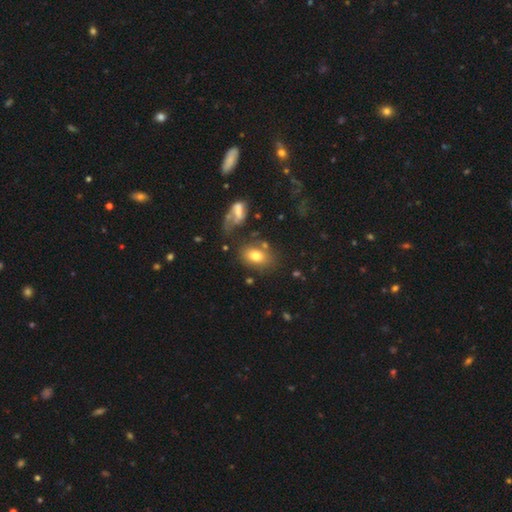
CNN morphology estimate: smooth-or-featured: smooth: 73% | featured or disk: 17% | star or artifact: 10%
  how-rounded: in between: 78% | round: 20% | cigar-shaped: 2%
  merging: none: 60% | minor disturbance: 17% | merger: 13% | major disturbance: 10%